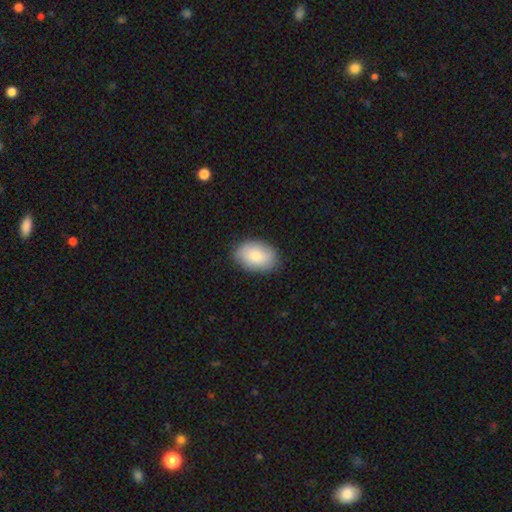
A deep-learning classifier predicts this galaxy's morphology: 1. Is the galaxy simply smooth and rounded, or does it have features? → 80% smooth, 14% featured or disk, 6% star or artifact.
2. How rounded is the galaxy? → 86% in between, 13% round, 1% cigar-shaped.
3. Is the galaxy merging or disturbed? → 84% none, 12% minor disturbance, 3% major disturbance, 1% merger.